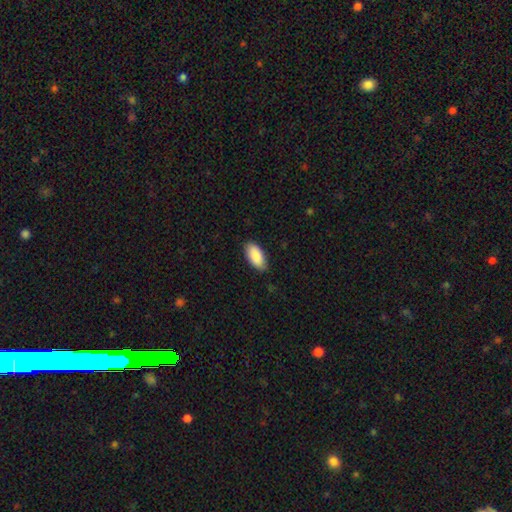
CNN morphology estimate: smooth 89%, star or artifact 6%, featured or disk 5%. Down the decision tree: how rounded — in between (93%); merging — none (83%).